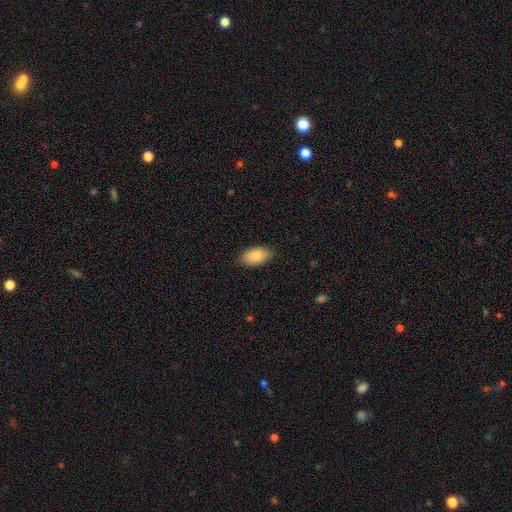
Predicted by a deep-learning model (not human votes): A smooth galaxy with no disk features (86%) that is in between round and cigar-shaped (94%). Merging: none (85%).